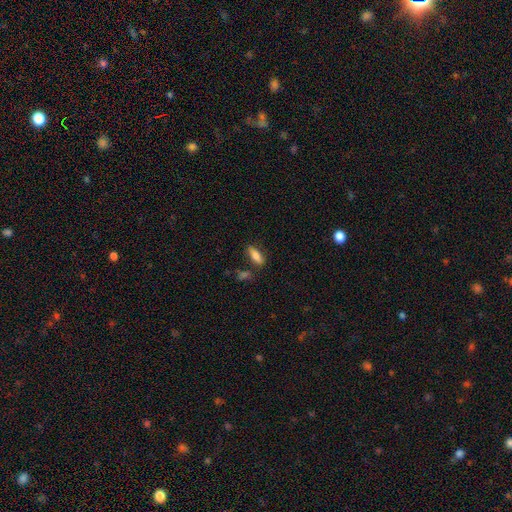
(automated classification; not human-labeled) Smooth or featured? smooth (82%)
How rounded? in between (71%)
Merging? none (72%)